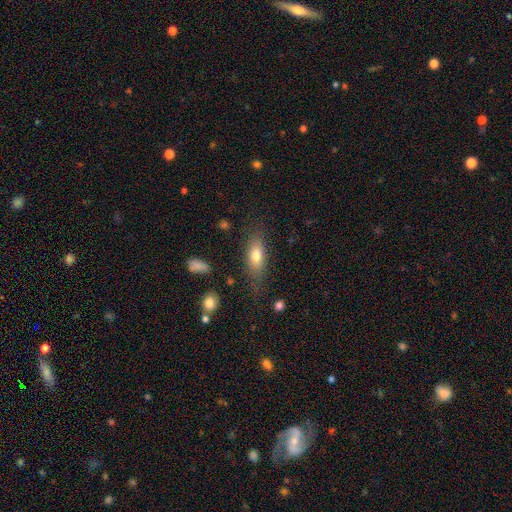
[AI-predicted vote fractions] Q: Smooth or featured?
A: smooth (73%); runner-up: featured or disk (19%)
Q: How rounded?
A: in between (72%); runner-up: cigar-shaped (23%)
Q: Merging?
A: none (70%); runner-up: minor disturbance (19%)